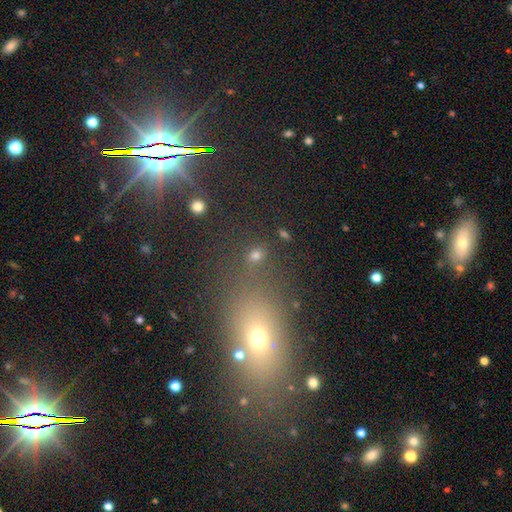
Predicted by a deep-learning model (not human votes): This appears to be a smooth galaxy with no disk features (64%) that is round (58%). Merging: none (71%).